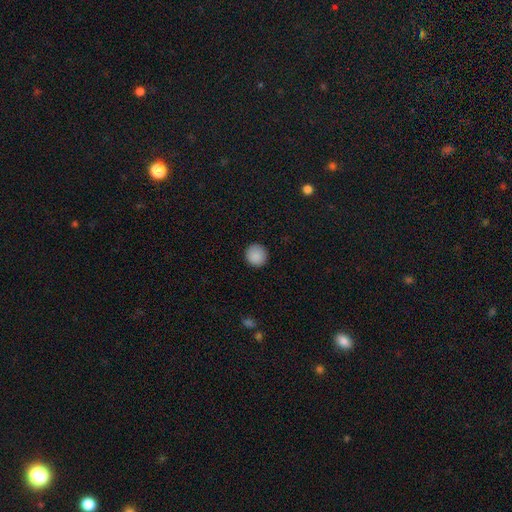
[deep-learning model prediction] smooth 89%, star or artifact 8%, featured or disk 3%. Down the decision tree: how rounded — round (95%); merging — none (92%).